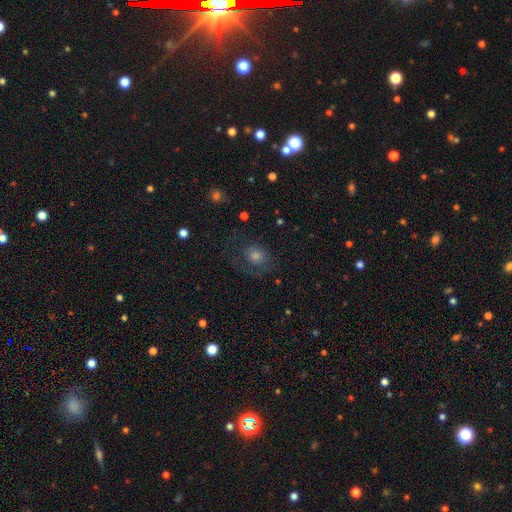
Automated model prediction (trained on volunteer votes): Overall: smooth (45%; featured or disk 37%). Merging: none (57%; major disturbance 23%).